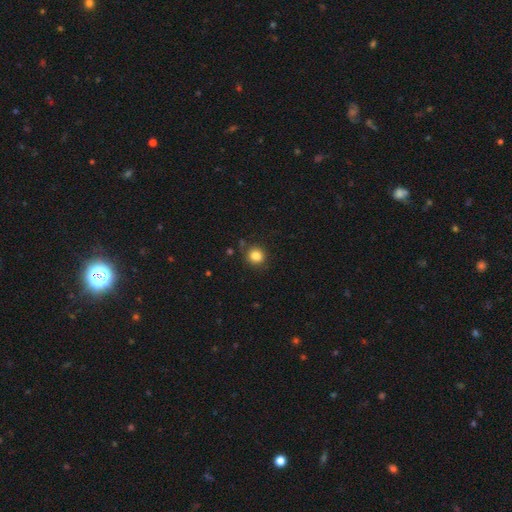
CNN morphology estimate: Smooth or featured: smooth — 84% (star or artifact — 11%)
How rounded: round — 82% (in between — 17%)
Merging: none — 84% (minor disturbance — 10%)